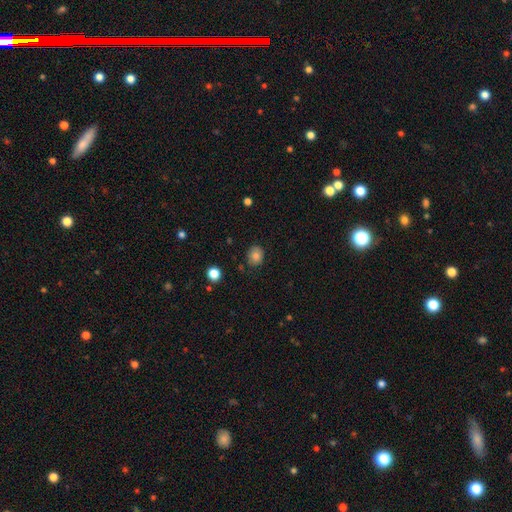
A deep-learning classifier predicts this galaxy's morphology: Smooth or featured? Predicted: smooth (p=0.78). How rounded? Predicted: round (p=0.63). Merging? Predicted: none (p=0.80).